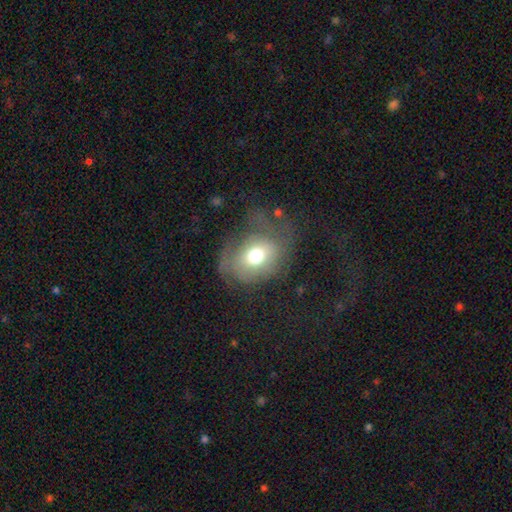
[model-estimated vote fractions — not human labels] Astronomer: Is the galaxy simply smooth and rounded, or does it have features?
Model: smooth — 59%.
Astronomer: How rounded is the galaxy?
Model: in between — 51% (runner-up: round, 48%).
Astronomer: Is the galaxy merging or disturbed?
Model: none — 41% (runner-up: major disturbance, 32%).